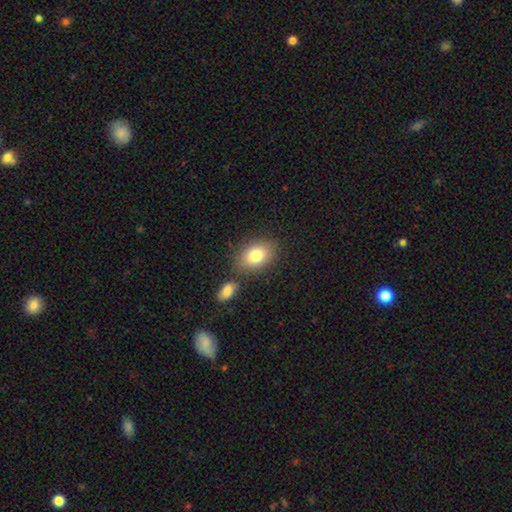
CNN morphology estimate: smooth 81%, featured or disk 11%, star or artifact 8%. Down the decision tree: how rounded — in between (79%); merging — none (73%).